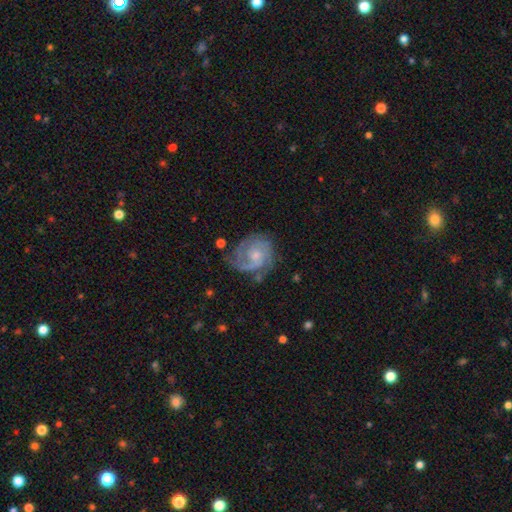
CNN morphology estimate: A featured or disk galaxy (84%) with no bar (70%), 2 (47%) tight (56%) spiral arms (96%) and a small central bulge (60%). Merging: none (63%).